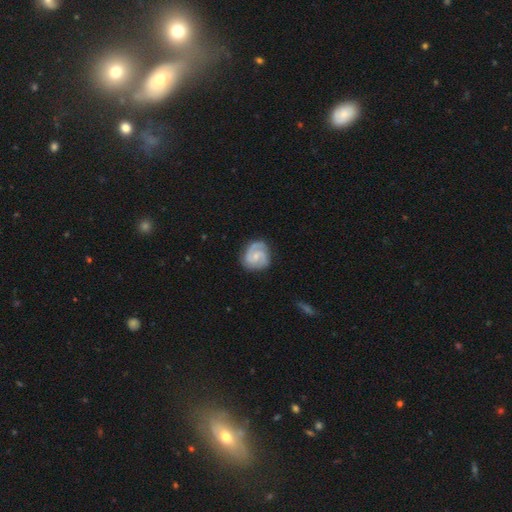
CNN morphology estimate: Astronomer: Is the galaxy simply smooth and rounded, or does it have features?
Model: featured or disk — 86%.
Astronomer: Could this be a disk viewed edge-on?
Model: no — 98%.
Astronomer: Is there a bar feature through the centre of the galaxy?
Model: no — 47% (runner-up: weak, 44%).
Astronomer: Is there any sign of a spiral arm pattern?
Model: yes — 98%.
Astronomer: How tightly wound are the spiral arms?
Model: tight — 53% (runner-up: medium, 40%).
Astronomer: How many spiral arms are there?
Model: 2 — 71%.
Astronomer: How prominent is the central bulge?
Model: small — 61%.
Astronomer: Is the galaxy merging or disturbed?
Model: none — 78%.